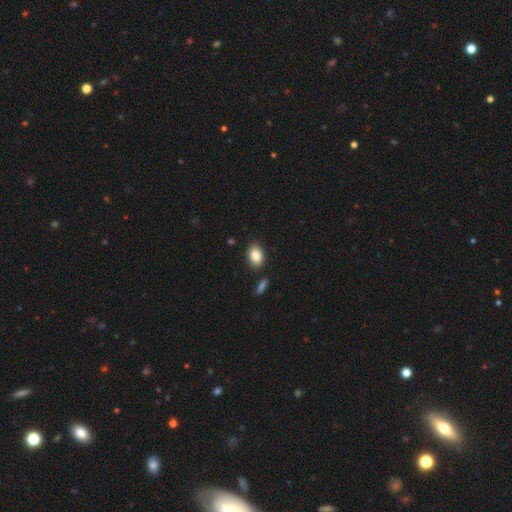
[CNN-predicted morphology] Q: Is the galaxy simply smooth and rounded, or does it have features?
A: smooth — 86%.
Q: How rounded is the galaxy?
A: in between — 84%.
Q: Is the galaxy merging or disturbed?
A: none — 86%.